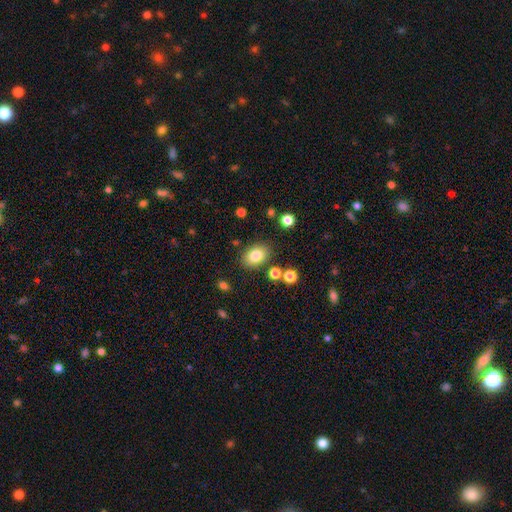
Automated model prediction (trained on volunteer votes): Morphology: type=smooth (82%); roundness=in between (79%); merging=none (82%).